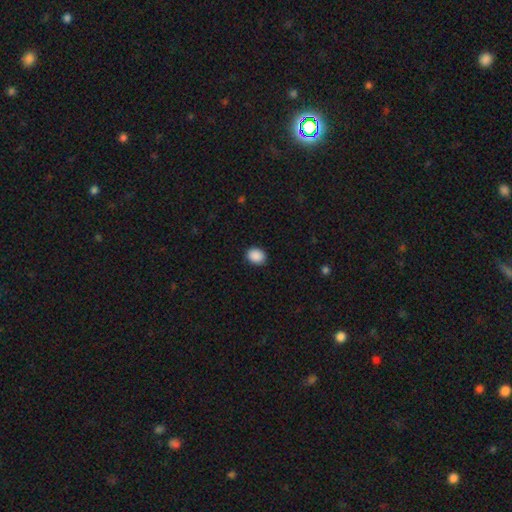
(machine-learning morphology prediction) The model was most divided on "how rounded": in between: 50%, round: 49%, cigar-shaped: 1%. More confident: smooth or featured — smooth (90%); merging — none (89%).